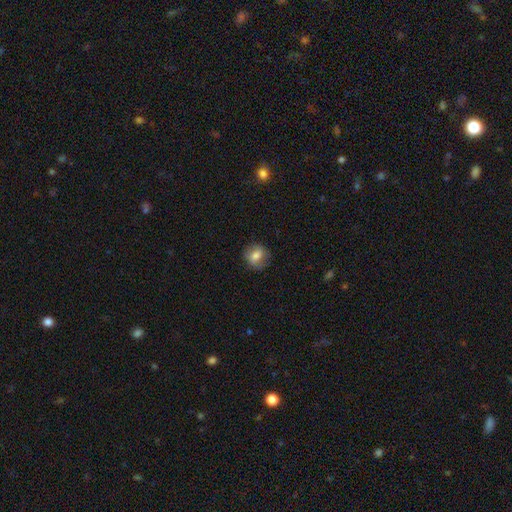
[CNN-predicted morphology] Q: Smooth or featured?
A: smooth (71%); runner-up: featured or disk (20%)
Q: How rounded?
A: round (78%); runner-up: in between (20%)
Q: Merging?
A: none (80%); runner-up: minor disturbance (15%)